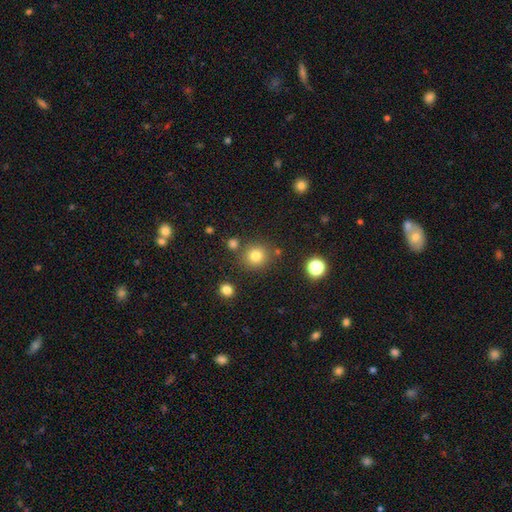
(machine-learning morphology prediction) Smooth or featured? smooth (79%)
How rounded? round (90%)
Merging? none (81%)